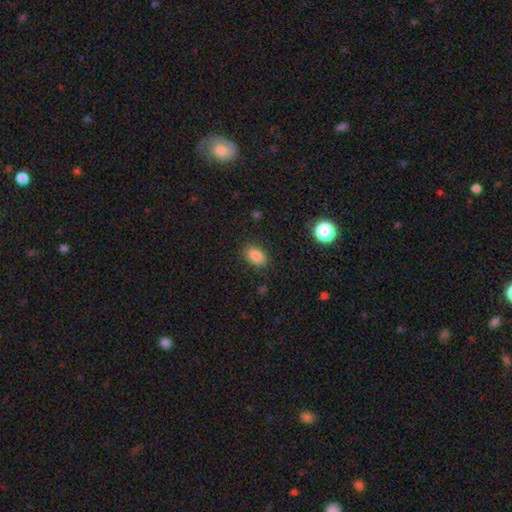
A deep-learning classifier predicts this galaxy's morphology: Smooth or featured: smooth — 86% (star or artifact — 10%)
How rounded: in between — 87% (round — 11%)
Merging: none — 86% (minor disturbance — 10%)